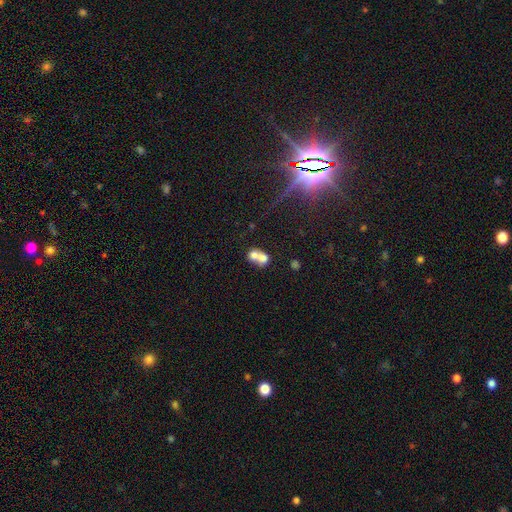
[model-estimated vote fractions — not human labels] A smooth galaxy with no disk features (67%) that is round (56%). Merging: merger (71%).